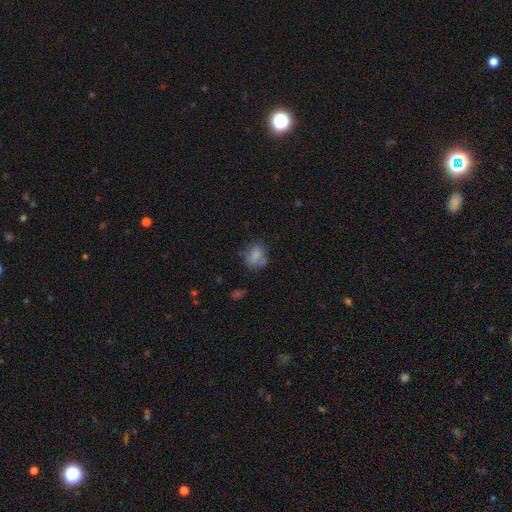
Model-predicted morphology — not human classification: smooth_or_featured: smooth (p=0.74) [alt: featured or disk p=0.15]
how_rounded: round (p=0.52) [alt: in between p=0.47]
merging: none (p=0.54) [alt: minor disturbance p=0.24]